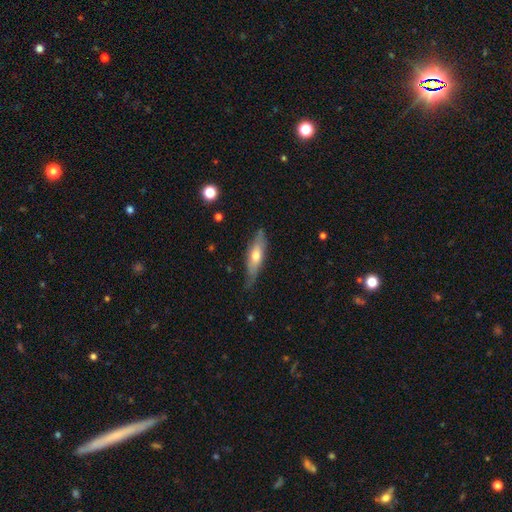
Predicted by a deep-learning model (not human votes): Q: Smooth or featured?
A: smooth (49%); runner-up: featured or disk (46%)
Q: Merging?
A: none (73%); runner-up: minor disturbance (22%)